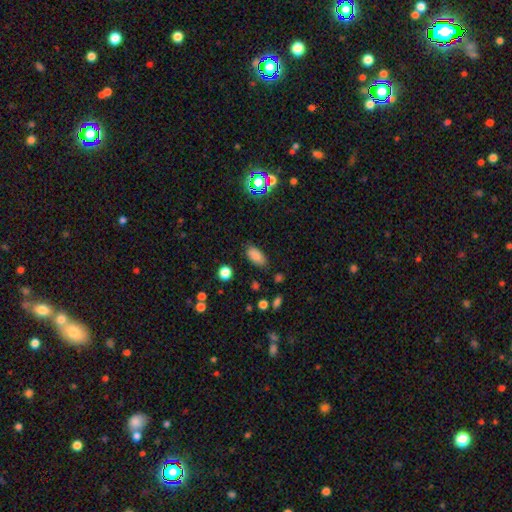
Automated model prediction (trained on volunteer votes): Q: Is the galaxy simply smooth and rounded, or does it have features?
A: smooth — 83%.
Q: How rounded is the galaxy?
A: in between — 91%.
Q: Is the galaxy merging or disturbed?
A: none — 82%.